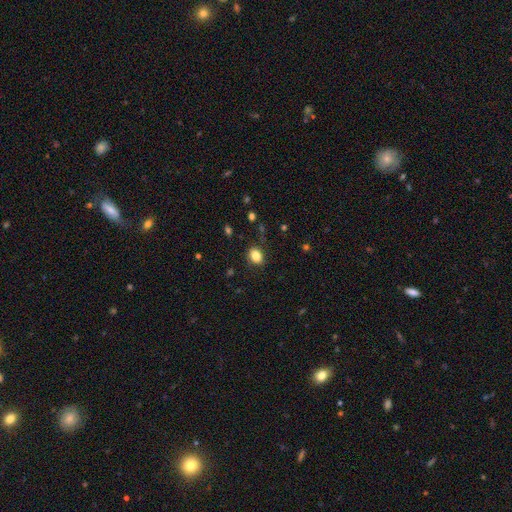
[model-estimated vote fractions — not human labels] This appears to be a smooth galaxy with no disk features (84%) that is in between round and cigar-shaped (68%). Merging: none (83%).